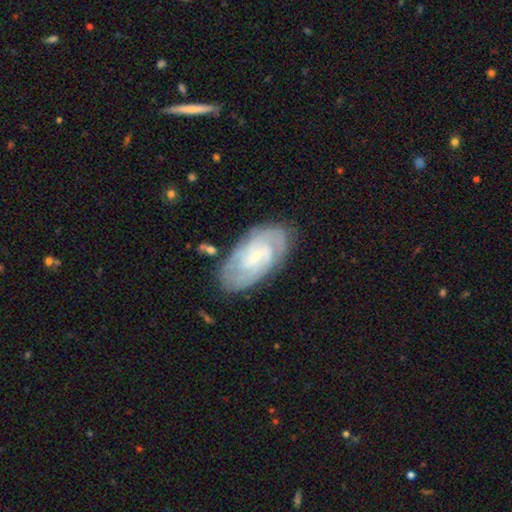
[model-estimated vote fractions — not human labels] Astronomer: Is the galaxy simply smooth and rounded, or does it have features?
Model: featured or disk — 77%.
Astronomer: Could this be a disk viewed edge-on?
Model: no — 95%.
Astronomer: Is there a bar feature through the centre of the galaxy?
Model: weak — 46% (runner-up: no, 41%).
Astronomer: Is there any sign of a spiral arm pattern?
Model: yes — 94%.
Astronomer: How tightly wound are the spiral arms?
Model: tight — 67%.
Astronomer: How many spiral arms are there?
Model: can't tell — 35% (runner-up: 2, 31%).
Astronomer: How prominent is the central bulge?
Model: small — 70%.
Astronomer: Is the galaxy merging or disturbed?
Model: none — 78%.